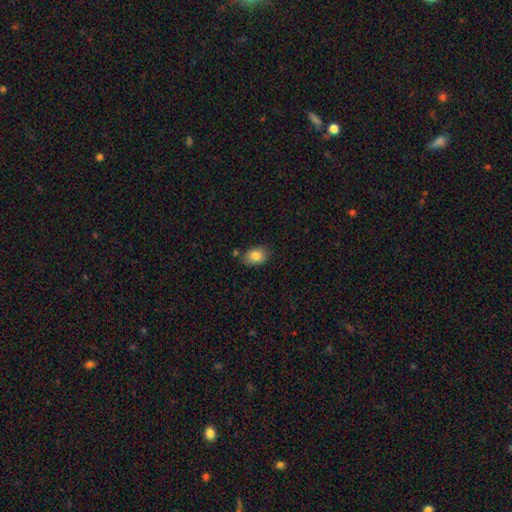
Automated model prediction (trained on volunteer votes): Morphology: type=smooth (83%); roundness=in between (72%); merging=none (78%).